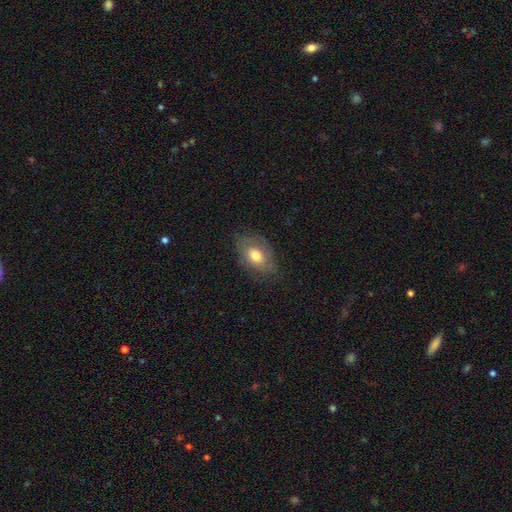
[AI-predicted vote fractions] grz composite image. It shows a smooth galaxy with no disk features (66%) that is in between round and cigar-shaped (85%). Merging: none (70%).